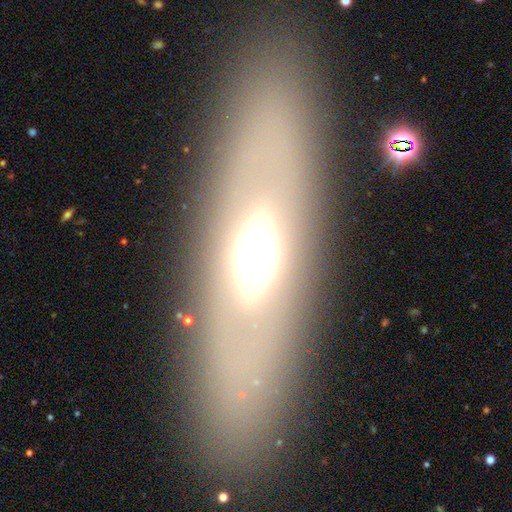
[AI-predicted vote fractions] smooth_or_featured: featured or disk (p=0.52) [alt: smooth p=0.38]
disk_edge_on: no (p=0.55) [alt: yes p=0.45]
merging: none (p=0.86) [alt: minor disturbance p=0.08]